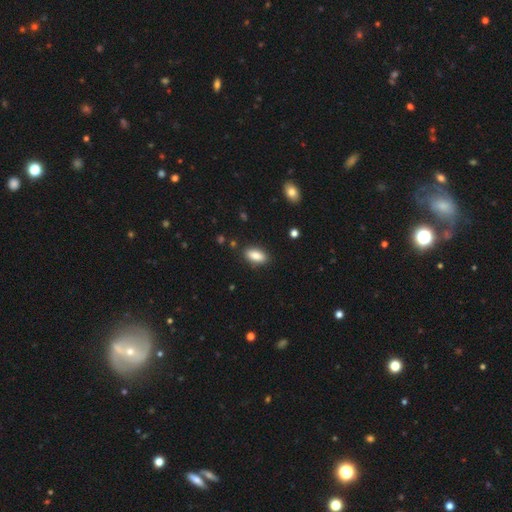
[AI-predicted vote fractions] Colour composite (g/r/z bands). It shows a smooth galaxy with no disk features (86%) that is in between round and cigar-shaped (89%). Merging: none (87%).